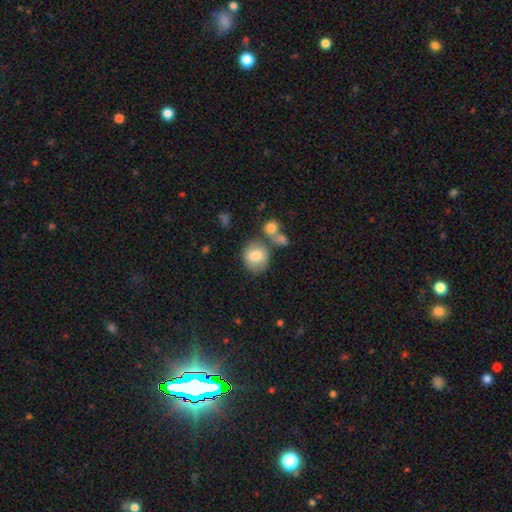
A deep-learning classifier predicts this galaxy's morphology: Smooth or featured?
  - smooth: 80% *
  - featured or disk: 13%
  - star or artifact: 7%
How rounded?
  - round: 77% *
  - in between: 22%
  - cigar-shaped: 1%
Merging?
  - none: 58% *
  - merger: 22%
  - minor disturbance: 15%
  - major disturbance: 6%